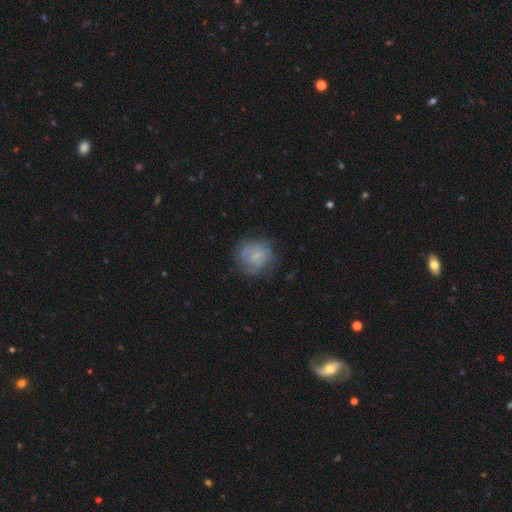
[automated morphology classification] Q: Smooth or featured?
A: smooth (53%); runner-up: featured or disk (38%)
Q: How rounded?
A: round (81%); runner-up: in between (18%)
Q: Merging?
A: none (65%); runner-up: minor disturbance (21%)